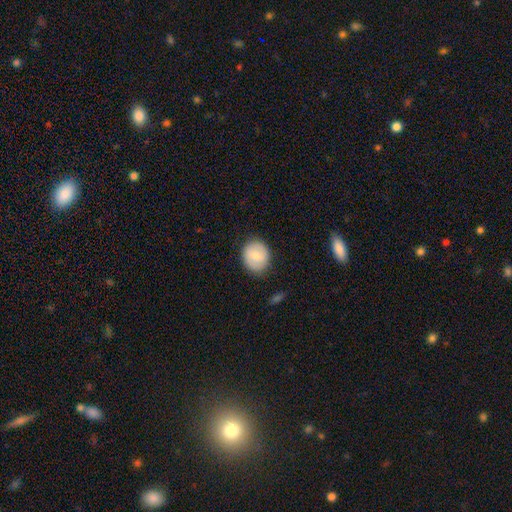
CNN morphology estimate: Smooth or featured: smooth — 74% (featured or disk — 19%)
How rounded: round — 72% (in between — 28%)
Merging: none — 83% (minor disturbance — 13%)